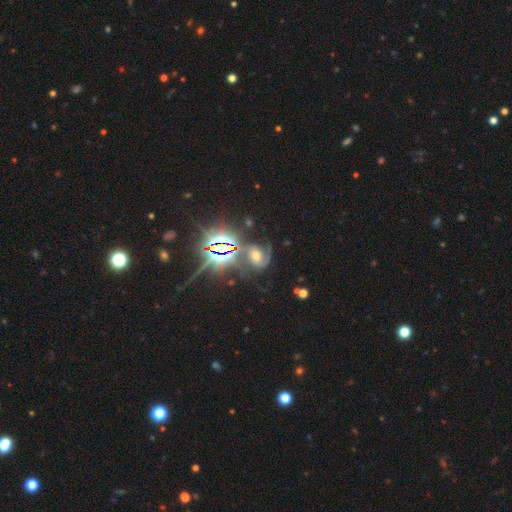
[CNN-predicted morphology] featured or disk 60%, star or artifact 28%, smooth 13%. Down the decision tree: edge-on disk — no (96%); bar — no (50%); spiral arms — yes (92%); spiral arm count — 2 (75%); spiral winding — medium (51%); bulge size — moderate (63%); merging — none (55%).